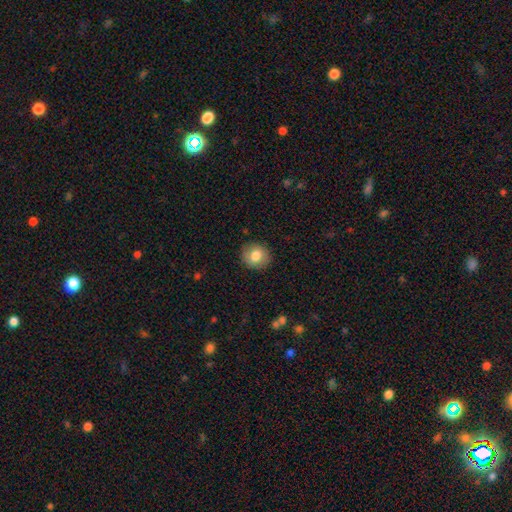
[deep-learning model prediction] Morphology: type=smooth (79%); roundness=round (80%); merging=none (88%).